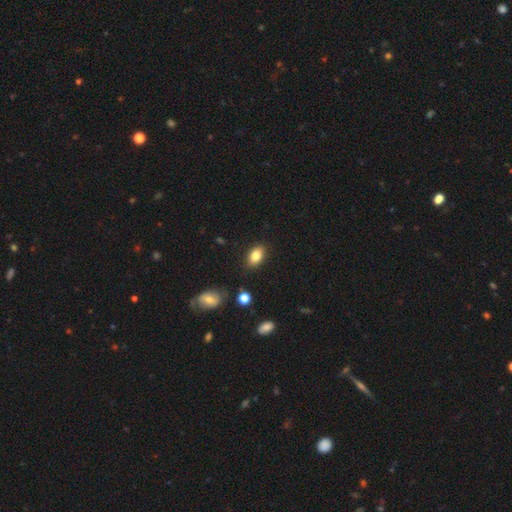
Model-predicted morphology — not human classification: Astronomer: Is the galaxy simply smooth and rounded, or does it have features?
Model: smooth — 82%.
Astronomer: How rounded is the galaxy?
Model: in between — 86%.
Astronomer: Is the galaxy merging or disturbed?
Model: none — 85%.